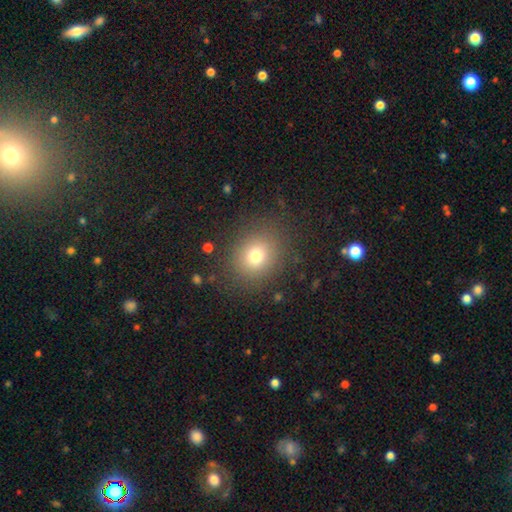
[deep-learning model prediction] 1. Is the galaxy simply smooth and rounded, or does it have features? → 75% smooth, 15% star or artifact, 10% featured or disk.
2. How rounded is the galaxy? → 72% round, 27% in between, 1% cigar-shaped.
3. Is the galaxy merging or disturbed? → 85% none, 9% minor disturbance, 5% major disturbance, 1% merger.